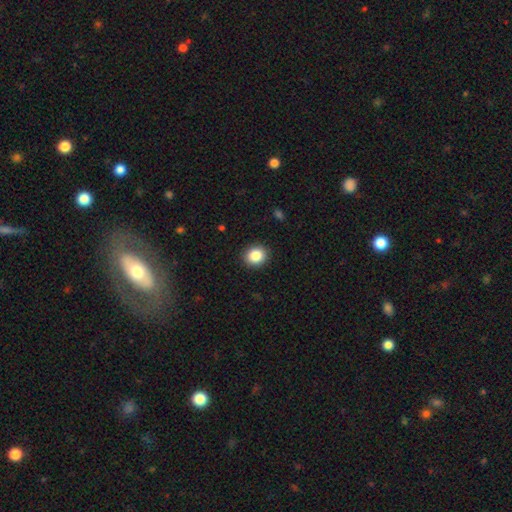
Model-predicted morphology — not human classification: type=smooth (86%); roundness=round (77%); merging=none (91%).